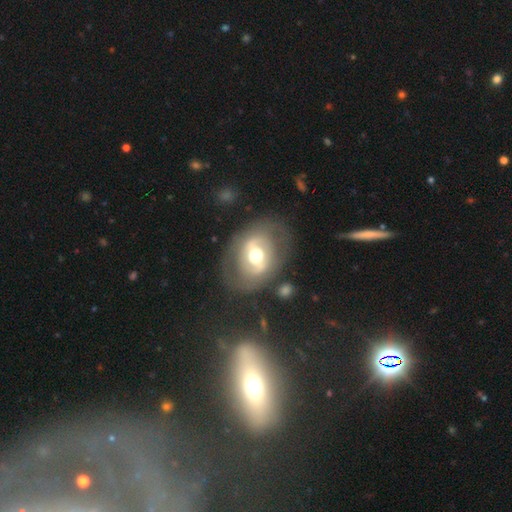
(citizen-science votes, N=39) Smooth or featured? 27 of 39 (69%) said featured or disk. Edge-on disk? 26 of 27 (96%) said no. Bar? 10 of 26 (38%) said strong. Spiral arms? 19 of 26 (73%) said no. Bulge size? 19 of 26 (73%) said moderate. Merging? 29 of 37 (78%) said none.